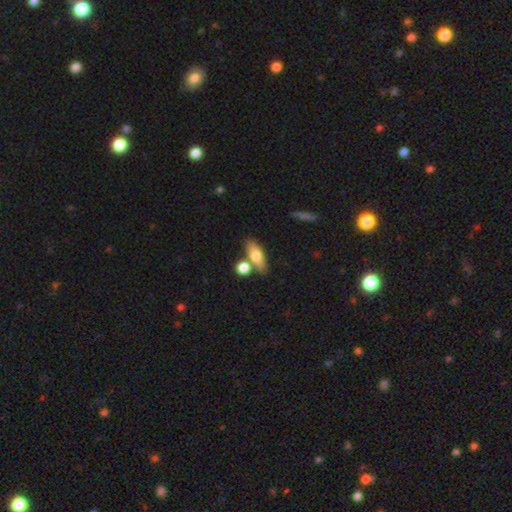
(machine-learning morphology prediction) type=smooth (71%); roundness=in between (67%); merging=none (62%).